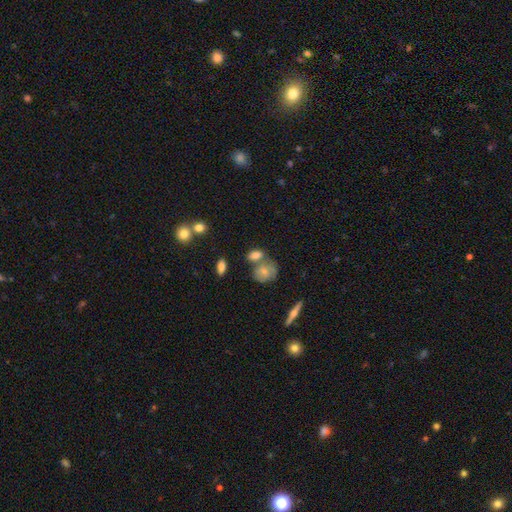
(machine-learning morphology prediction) Smooth or featured? Predicted: smooth (p=0.73). How rounded? Predicted: in between (p=0.72). Merging? Predicted: none (p=0.50).